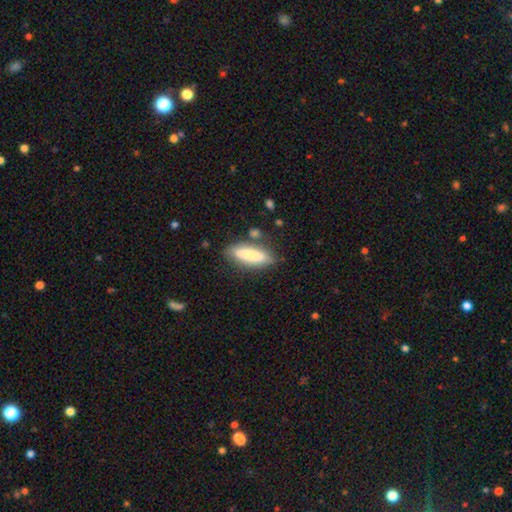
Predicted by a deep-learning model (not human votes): Morphology: type=smooth (76%); roundness=cigar-shaped (50%); merging=none (76%).